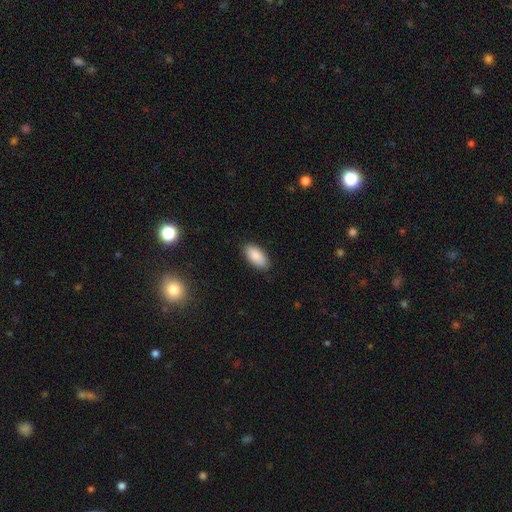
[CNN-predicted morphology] Smooth or featured? Predicted: smooth (p=0.89). How rounded? Predicted: in between (p=0.92). Merging? Predicted: none (p=0.86).